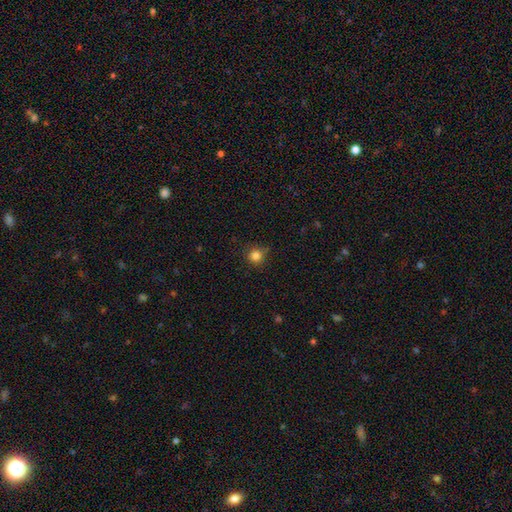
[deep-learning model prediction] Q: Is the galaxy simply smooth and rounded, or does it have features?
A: smooth — 83%.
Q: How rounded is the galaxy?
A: round — 94%.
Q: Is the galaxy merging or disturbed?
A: none — 82%.